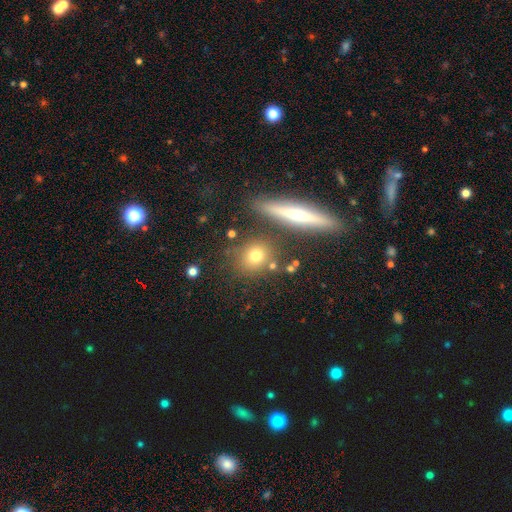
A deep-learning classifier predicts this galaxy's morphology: A smooth galaxy with no disk features (70%) that is round (73%).

Vote fractions:
- Smooth or featured? smooth: 70% / featured or disk: 16% / star or artifact: 15%
- How rounded? round: 73% / in between: 21% / cigar-shaped: 7%
- Merging? none: 77% / minor disturbance: 10% / merger: 9% / major disturbance: 4%